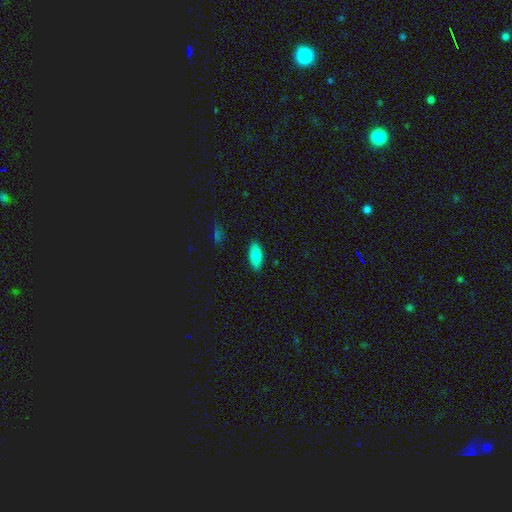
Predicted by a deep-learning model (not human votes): Morphology: type=smooth (87%); roundness=in between (82%); merging=none (88%).